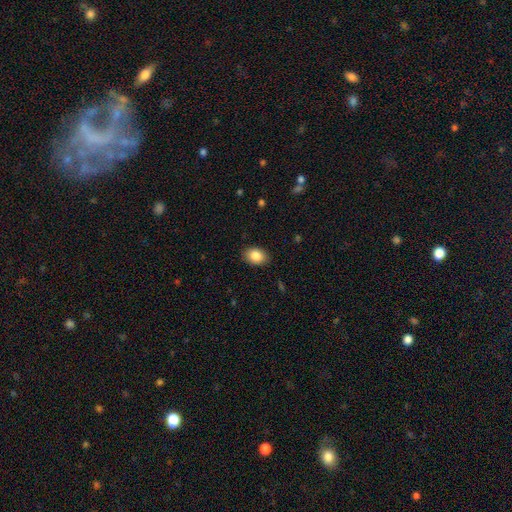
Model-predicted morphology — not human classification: A smooth galaxy with no disk features (87%) that is in between round and cigar-shaped (78%). Merging: none (87%).